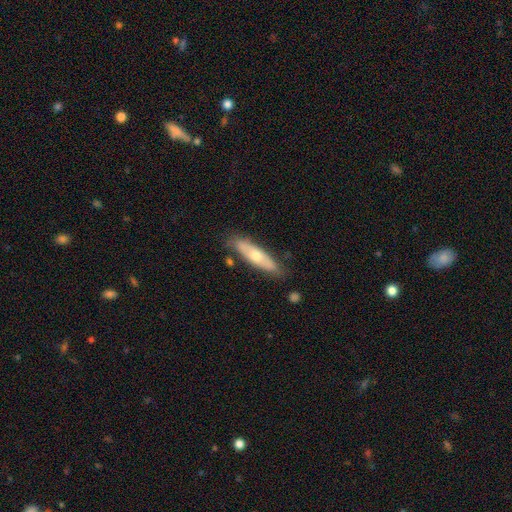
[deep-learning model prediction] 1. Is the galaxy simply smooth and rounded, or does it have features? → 49% smooth, 45% featured or disk, 6% star or artifact.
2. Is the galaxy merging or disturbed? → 78% none, 16% minor disturbance, 3% major disturbance, 3% merger.